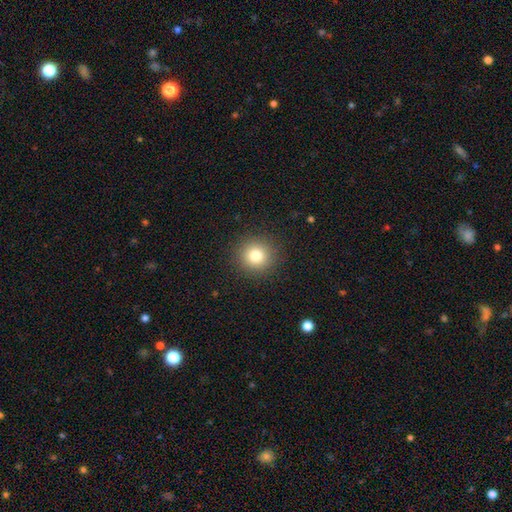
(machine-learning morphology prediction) Q: Smooth or featured?
A: smooth (80%); runner-up: star or artifact (13%)
Q: How rounded?
A: round (94%); runner-up: in between (5%)
Q: Merging?
A: none (91%); runner-up: minor disturbance (6%)